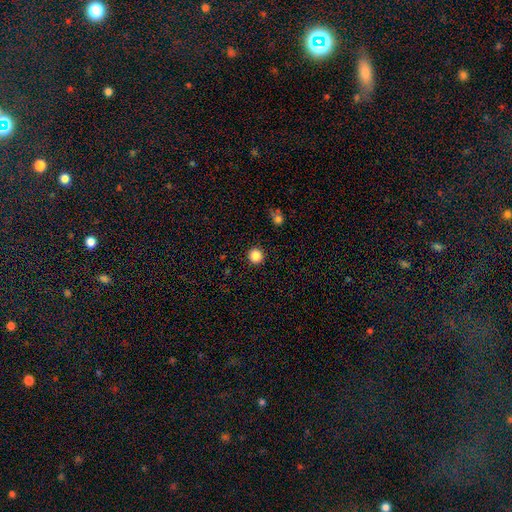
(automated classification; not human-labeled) Overall: smooth (86%). How rounded: round (95%). Merging: none (92%).